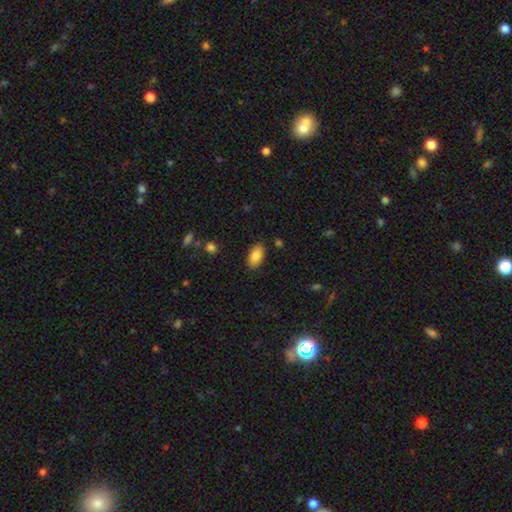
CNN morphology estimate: smooth 86%, star or artifact 7%, featured or disk 7%. Down the decision tree: how rounded — in between (94%); merging — none (86%).